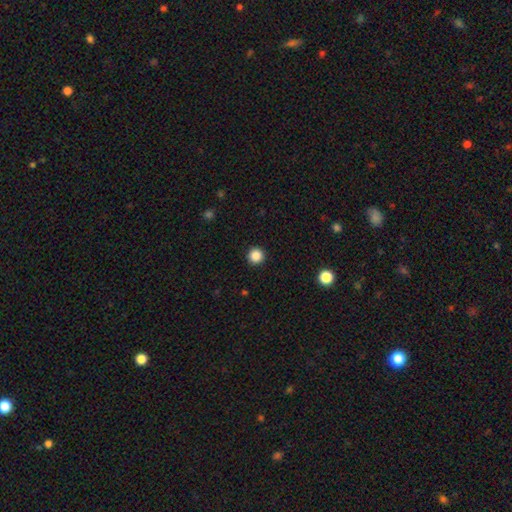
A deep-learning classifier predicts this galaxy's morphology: This is clearly a smooth galaxy (86%). How rounded: clearly round (96%). Merging: clearly none (93%).